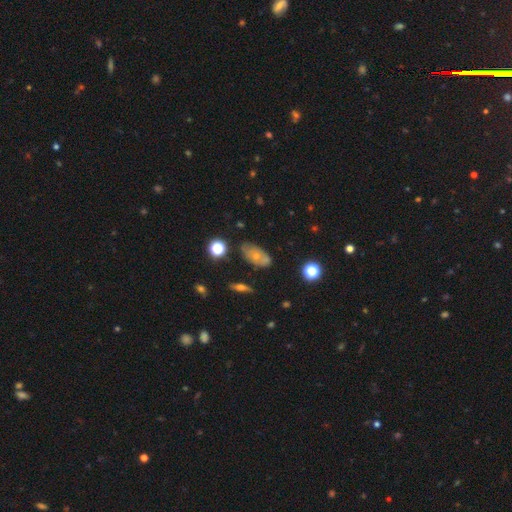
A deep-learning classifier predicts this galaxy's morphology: The model was most divided on "smooth or featured": smooth: 51%, featured or disk: 37%, star or artifact: 12%. More confident: how rounded — in between (87%); merging — none (62%).